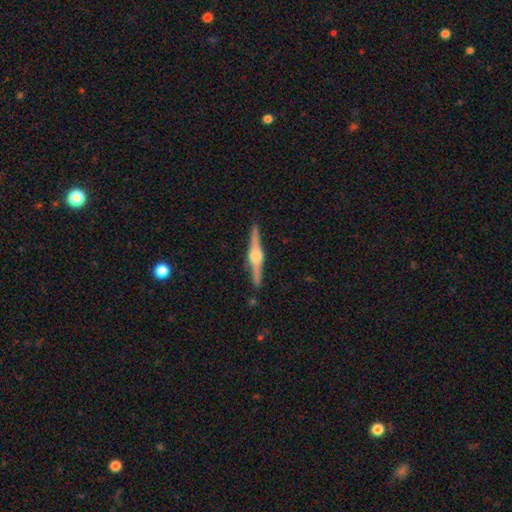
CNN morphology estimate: smooth-or-featured: featured or disk: 84% | smooth: 10% | star or artifact: 5%
  disk-edge-on: yes: 98% | no: 2%
    edge-on-bulge: rounded: 93% | boxy: 6% | none: 2%
  merging: none: 90% | minor disturbance: 7% | major disturbance: 1% | merger: 1%